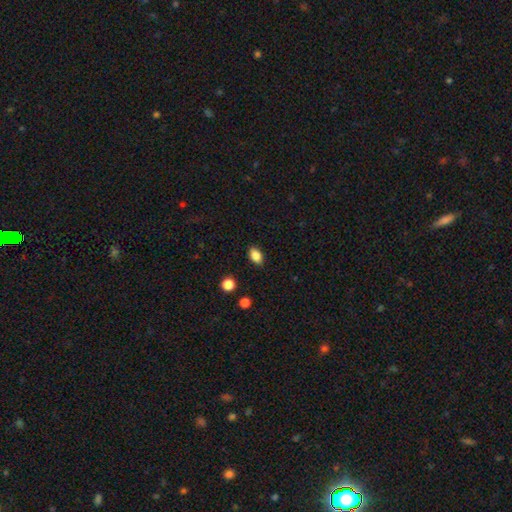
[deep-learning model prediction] Smooth or featured: smooth — 86% (star or artifact — 9%)
How rounded: in between — 87% (round — 11%)
Merging: none — 87% (minor disturbance — 10%)